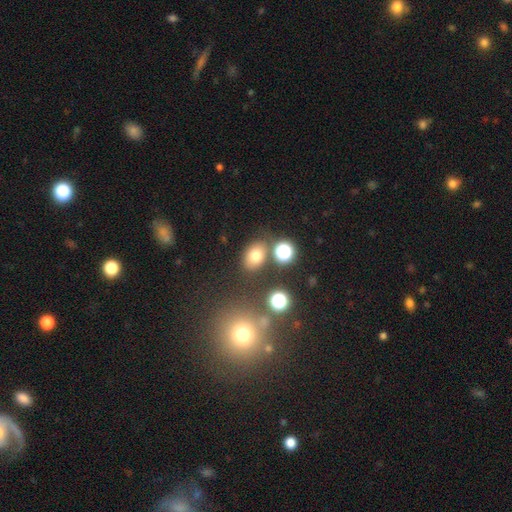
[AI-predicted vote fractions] smooth 72%, star or artifact 17%, featured or disk 11%. Down the decision tree: how rounded — in between (68%); merging — none (77%).